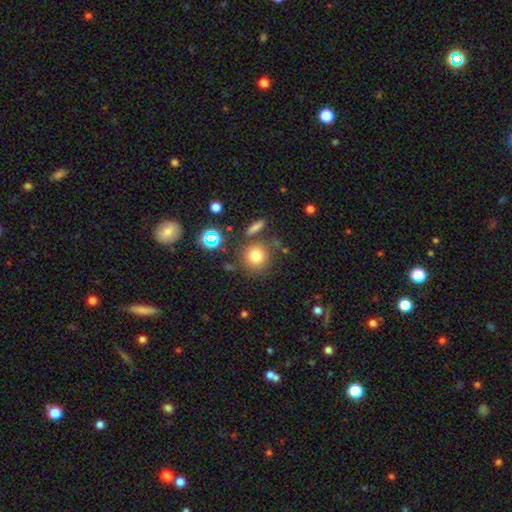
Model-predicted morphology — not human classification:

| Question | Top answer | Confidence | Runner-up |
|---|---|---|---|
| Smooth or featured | smooth | 76% | star or artifact (15%) |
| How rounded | round | 88% | in between (10%) |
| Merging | none | 75% | minor disturbance (11%) |